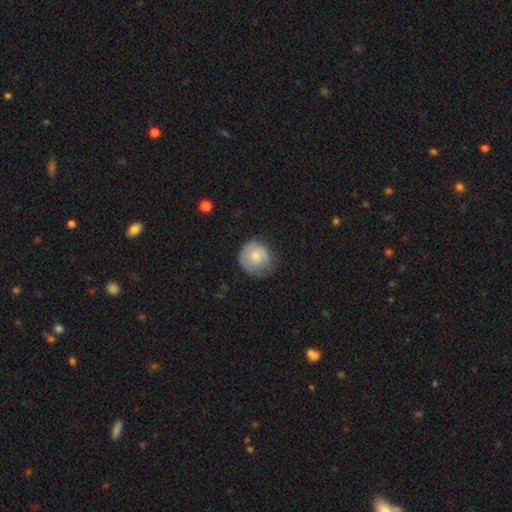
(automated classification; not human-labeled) This appears to be a smooth galaxy with no disk features (75%) that is round (87%). Merging: none (58%).